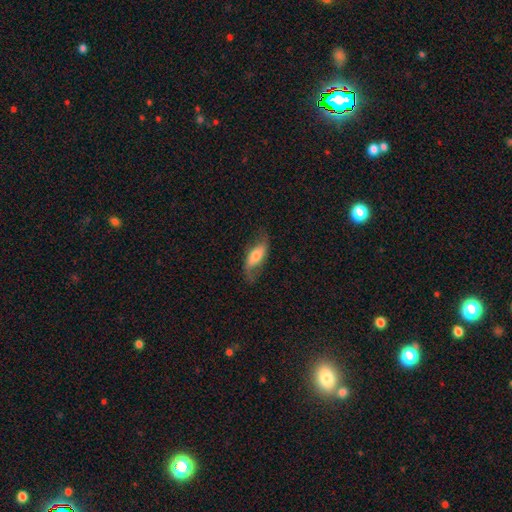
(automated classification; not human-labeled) Smooth or featured? featured or disk (54%)
Edge-on disk? no (84%)
Merging? none (63%)